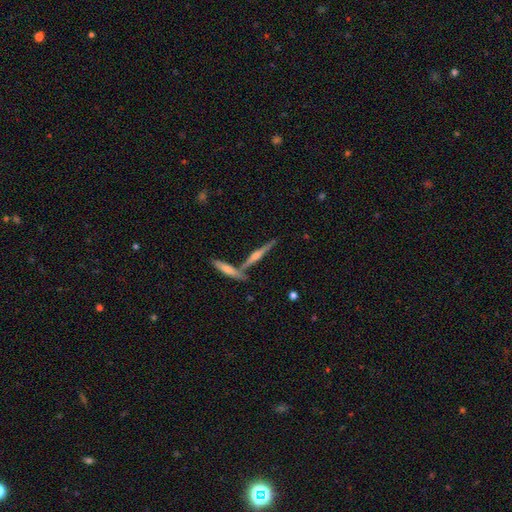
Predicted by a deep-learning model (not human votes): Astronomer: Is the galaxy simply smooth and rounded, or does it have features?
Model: featured or disk — 74%.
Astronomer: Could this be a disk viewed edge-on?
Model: yes — 97%.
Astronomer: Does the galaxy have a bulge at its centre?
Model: rounded — 81%.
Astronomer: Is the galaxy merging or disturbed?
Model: none — 71%.